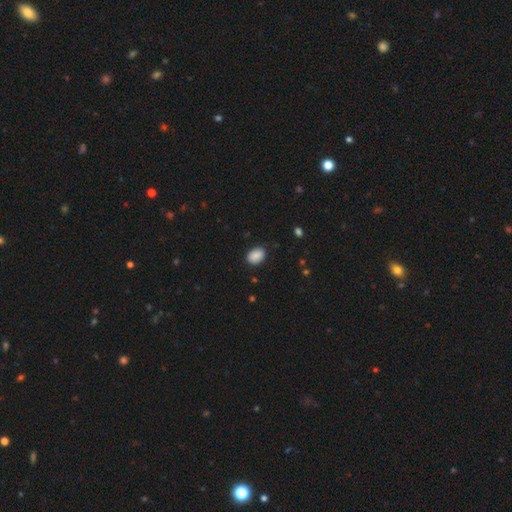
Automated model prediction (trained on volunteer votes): Smooth or featured? Predicted: smooth (p=0.89). How rounded? Predicted: in between (p=0.77). Merging? Predicted: none (p=0.85).